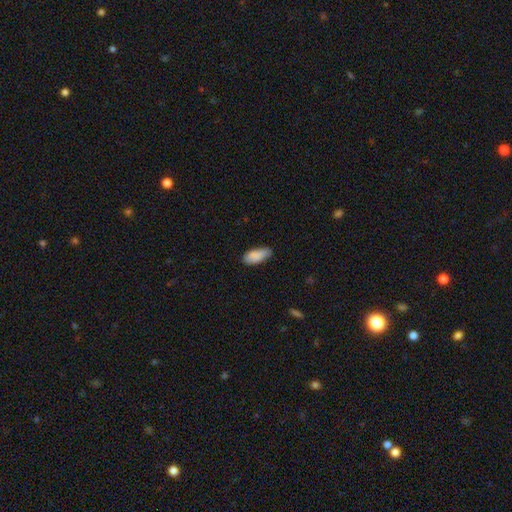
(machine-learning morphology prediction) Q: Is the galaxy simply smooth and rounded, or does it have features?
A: smooth — 87%.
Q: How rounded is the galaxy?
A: in between — 83%.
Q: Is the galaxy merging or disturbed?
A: none — 67%.